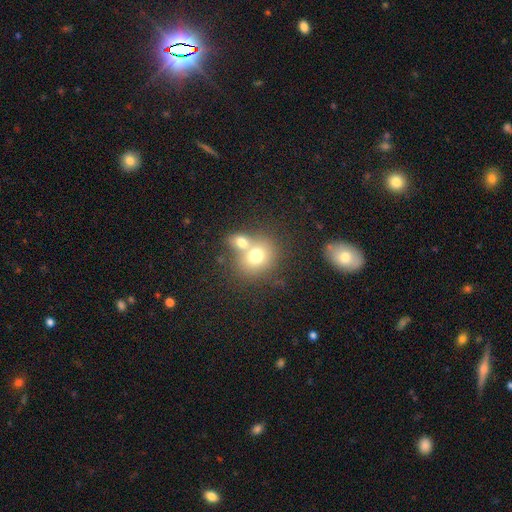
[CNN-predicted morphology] smooth-or-featured: smooth: 72% | featured or disk: 17% | star or artifact: 11%
  how-rounded: round: 65% | in between: 34% | cigar-shaped: 1%
  merging: merger: 52% | none: 36% | minor disturbance: 8% | major disturbance: 4%